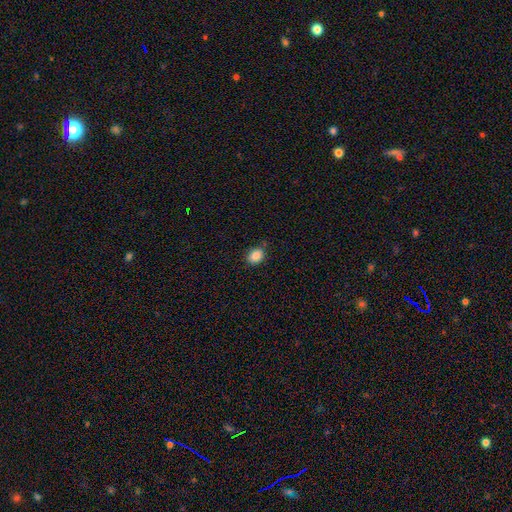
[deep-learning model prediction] smooth-or-featured: smooth: 87% | star or artifact: 9% | featured or disk: 4%
  how-rounded: round: 50% (tied) | in between: 50% (tied) | cigar-shaped: 1%
  merging: none: 81% | minor disturbance: 14% | major disturbance: 3% | merger: 2%